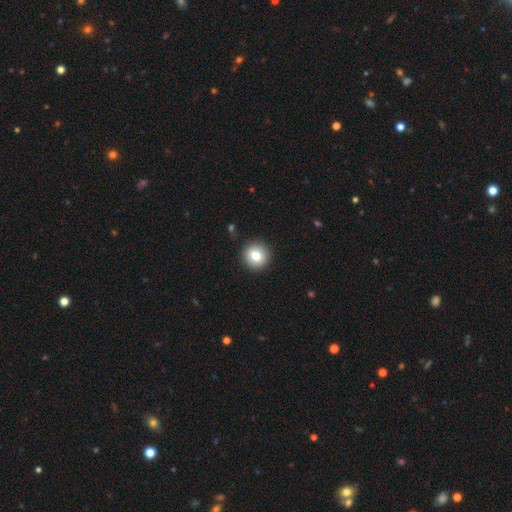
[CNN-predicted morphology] Smooth or featured?
  - smooth: 80% *
  - featured or disk: 11%
  - star or artifact: 9%
How rounded?
  - round: 95% *
  - in between: 4%
  - cigar-shaped: 1%
Merging?
  - none: 92% *
  - minor disturbance: 5%
  - major disturbance: 2%
  - merger: 1%